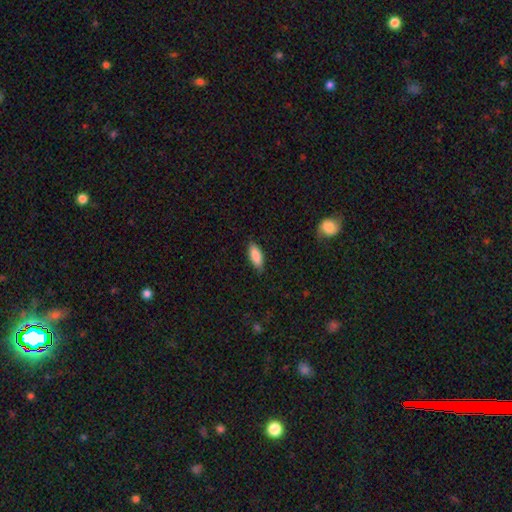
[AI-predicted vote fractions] Smooth or featured: smooth — 87% (featured or disk — 7%)
How rounded: in between — 77% (cigar-shaped — 21%)
Merging: none — 86% (minor disturbance — 11%)